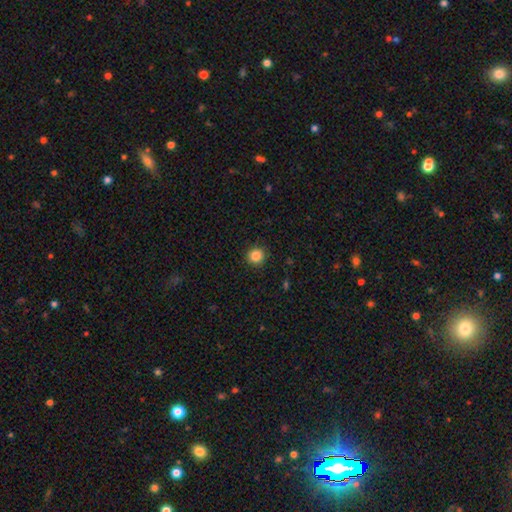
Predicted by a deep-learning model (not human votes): The model was most divided on "smooth or featured": smooth: 85%, star or artifact: 11%, featured or disk: 4%. More confident: how rounded — round (94%); merging — none (92%).